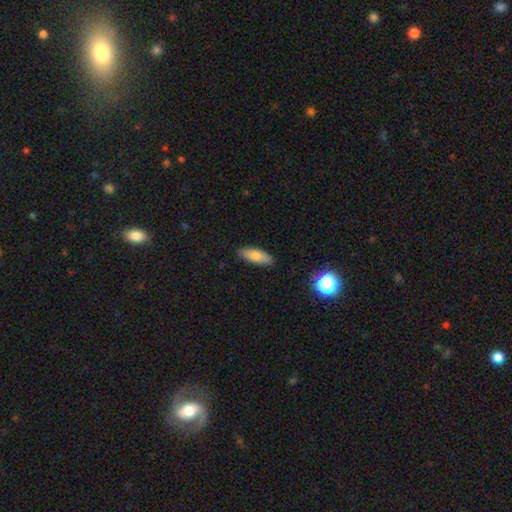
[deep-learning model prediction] Overall: smooth (78%). How rounded: in between (62%; cigar-shaped 36%). Merging: none (87%).